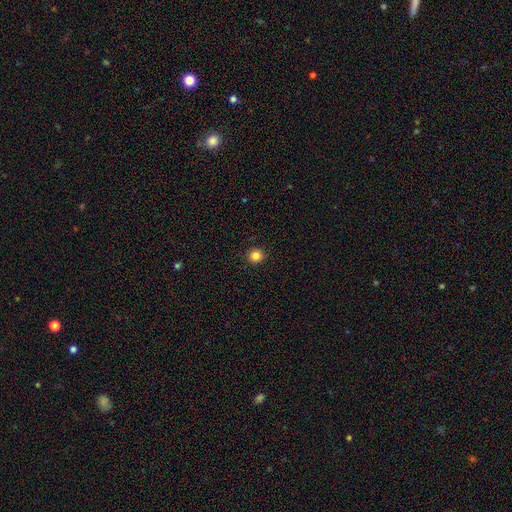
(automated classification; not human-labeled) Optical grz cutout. It shows a smooth galaxy with no disk features (84%) that is round (93%). Merging: none (92%).